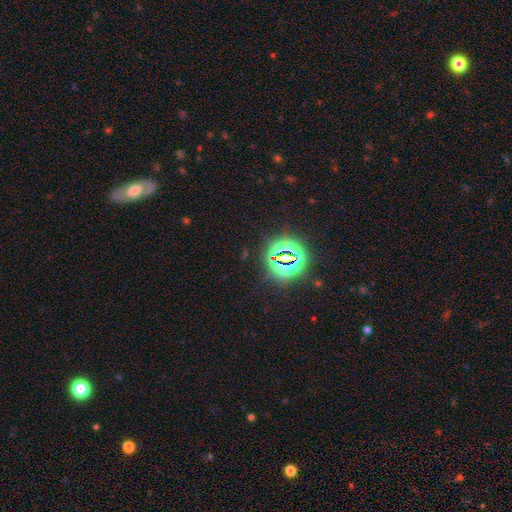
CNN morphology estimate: Smooth or featured?
  - star or artifact: 78% *
  - smooth: 13%
  - featured or disk: 9%